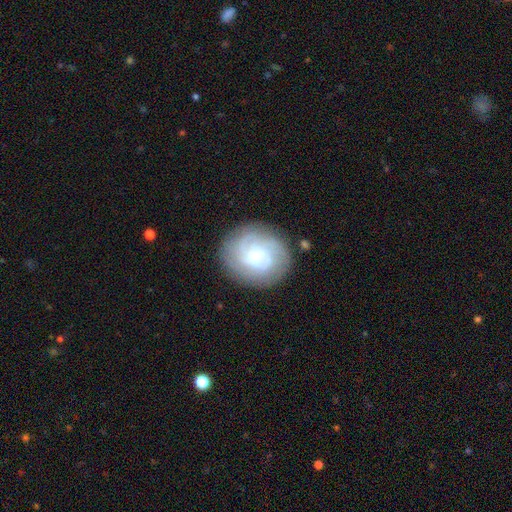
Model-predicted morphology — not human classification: smooth-or-featured: featured or disk: 74% | smooth: 19% | star or artifact: 7%
  disk-edge-on: no: 97% | yes: 3%
    bar: no: 66% | weak: 29% | strong: 5%
    has-spiral-arms: yes: 92% | no: 8%
      spiral-winding: tight: 68% | medium: 26% | loose: 7%
      spiral-arm-count: can't tell: 34% | 3: 24% | 2: 18% | 4: 13% | more than 4: 5% | 1: 5%
    bulge-size: small: 64% | moderate: 31% | large: 3% | none: 2% | dominant: 1%
  merging: none: 83% | minor disturbance: 12% | major disturbance: 4% | merger: 1%